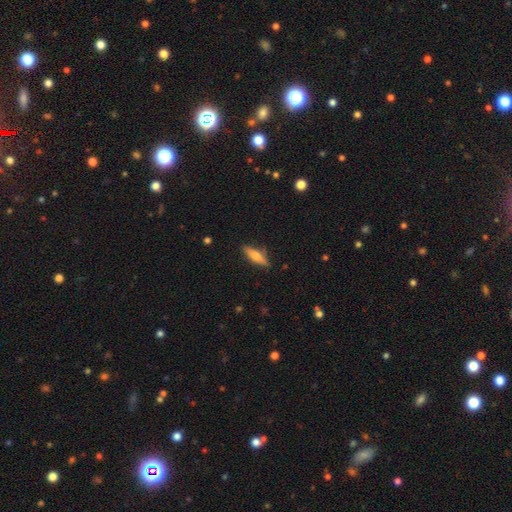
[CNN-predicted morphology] smooth_or_featured: smooth (p=0.59) [alt: featured or disk p=0.35]
how_rounded: cigar-shaped (p=0.58) [alt: in between p=0.40]
merging: none (p=0.84) [alt: minor disturbance p=0.12]